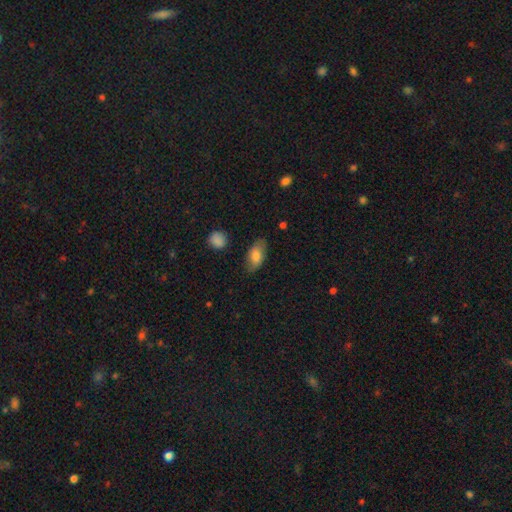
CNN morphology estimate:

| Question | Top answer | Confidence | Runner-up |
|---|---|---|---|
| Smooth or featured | smooth | 76% | featured or disk (18%) |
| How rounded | in between | 91% | cigar-shaped (5%) |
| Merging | none | 78% | minor disturbance (17%) |